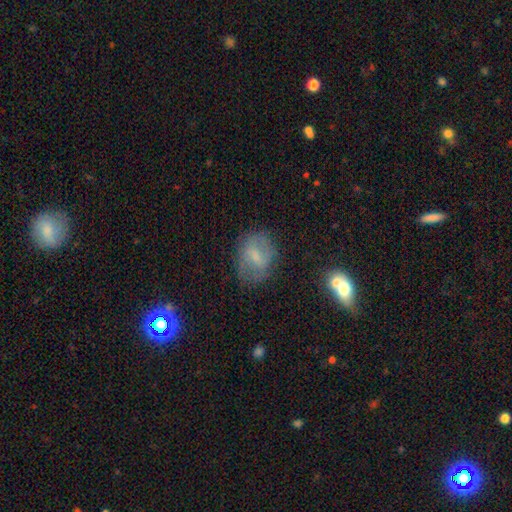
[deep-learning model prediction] The model was most divided on "smooth or featured": smooth: 50%, featured or disk: 39%, star or artifact: 10%. More confident: merging — none (67%); how rounded — in between (62%).